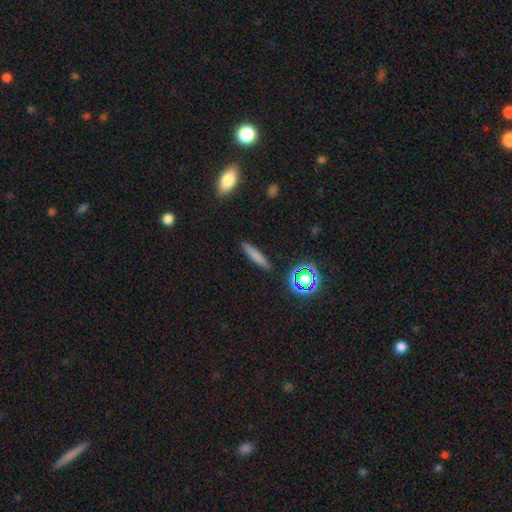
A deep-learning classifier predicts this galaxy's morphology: Smooth or featured? smooth (74%)
How rounded? cigar-shaped (88%)
Merging? none (88%)